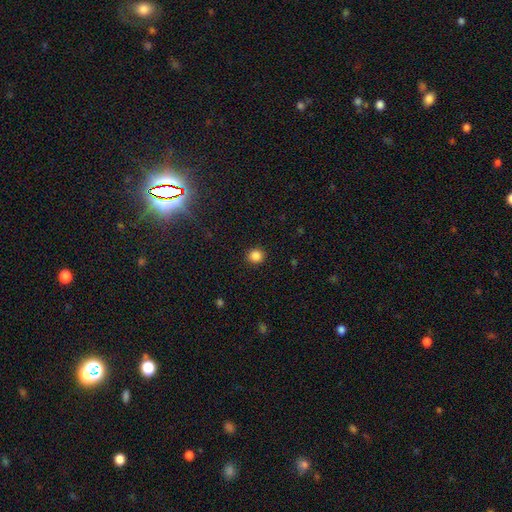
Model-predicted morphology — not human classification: type=smooth (86%); roundness=round (88%); merging=none (91%).